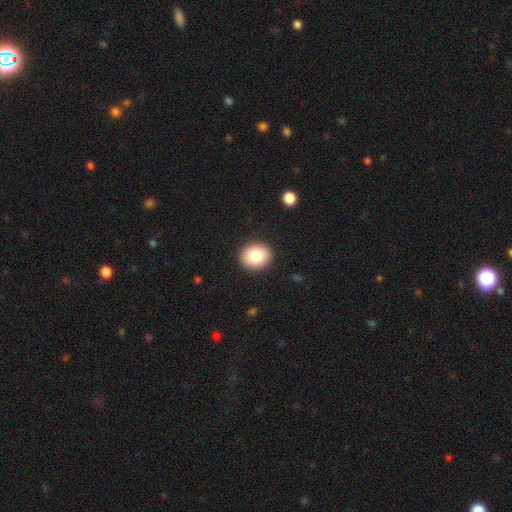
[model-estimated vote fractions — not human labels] The model was most divided on "how rounded": round: 78%, in between: 21%, cigar-shaped: 1%. More confident: merging — none (91%); smooth or featured — smooth (81%).